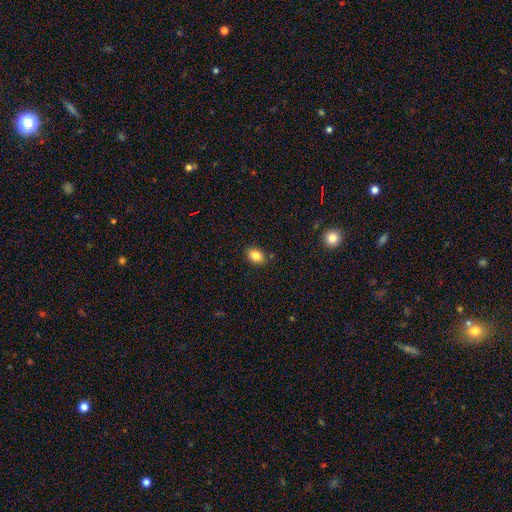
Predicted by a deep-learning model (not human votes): smooth_or_featured: smooth (p=0.85) [alt: star or artifact p=0.09]
how_rounded: in between (p=0.79) [alt: round p=0.19]
merging: none (p=0.85) [alt: minor disturbance p=0.10]